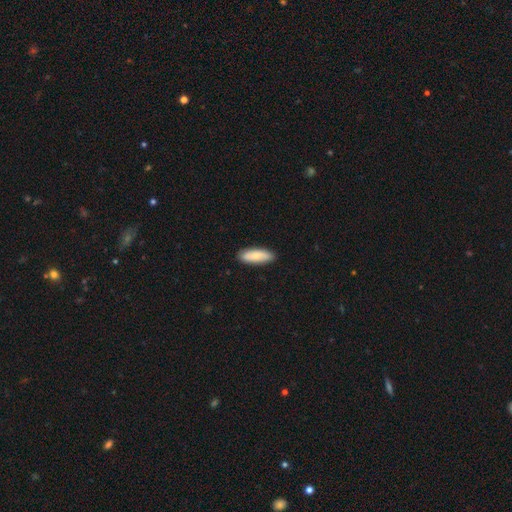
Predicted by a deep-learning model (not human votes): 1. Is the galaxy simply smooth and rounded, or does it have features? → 79% smooth, 16% featured or disk, 5% star or artifact.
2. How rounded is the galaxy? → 60% in between, 38% cigar-shaped, 2% round.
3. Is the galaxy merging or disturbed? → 89% none, 9% minor disturbance, 2% major disturbance, 1% merger.